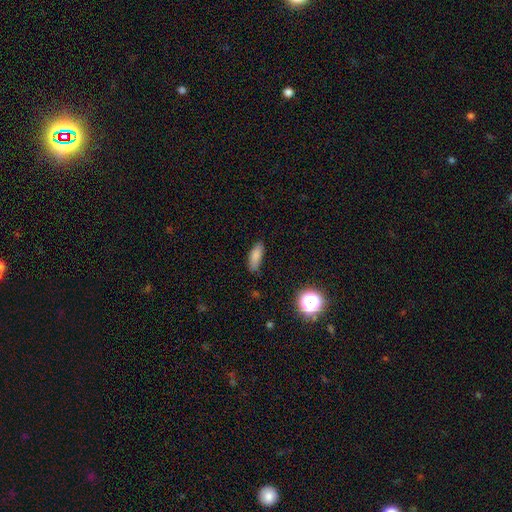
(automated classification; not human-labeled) Smooth or featured? smooth (83%)
How rounded? in between (69%)
Merging? none (79%)